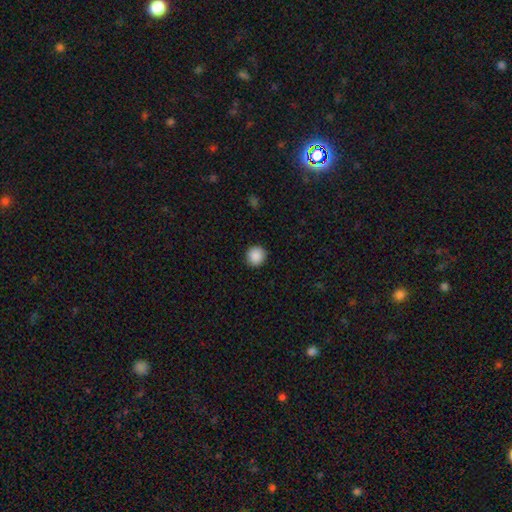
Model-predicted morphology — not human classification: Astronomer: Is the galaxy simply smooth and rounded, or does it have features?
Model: smooth — 89%.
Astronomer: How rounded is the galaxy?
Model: round — 93%.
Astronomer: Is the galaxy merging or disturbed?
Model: none — 92%.